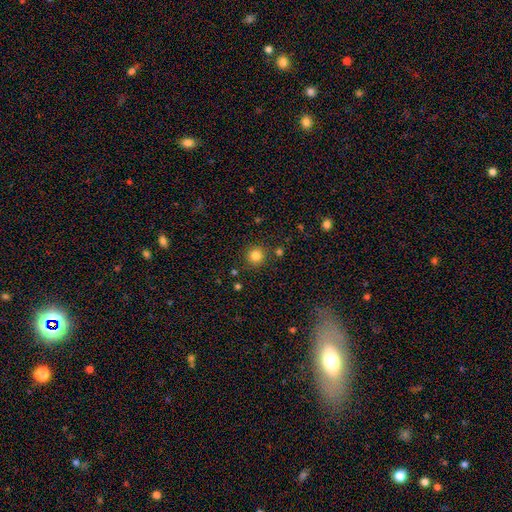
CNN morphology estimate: smooth_or_featured: smooth (p=0.83) [alt: star or artifact p=0.12]
how_rounded: round (p=0.94) [alt: in between p=0.05]
merging: none (p=0.87) [alt: minor disturbance p=0.07]